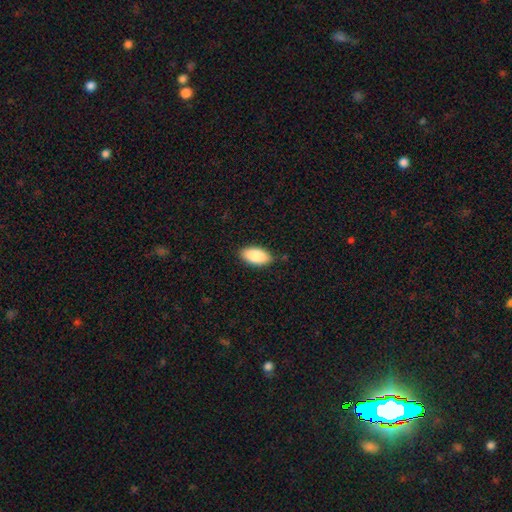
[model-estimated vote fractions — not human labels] smooth-or-featured: smooth: 88% | star or artifact: 6% | featured or disk: 6%
  how-rounded: in between: 94% | cigar-shaped: 4% | round: 2%
  merging: none: 86% | minor disturbance: 11% | major disturbance: 2% | merger: 1%